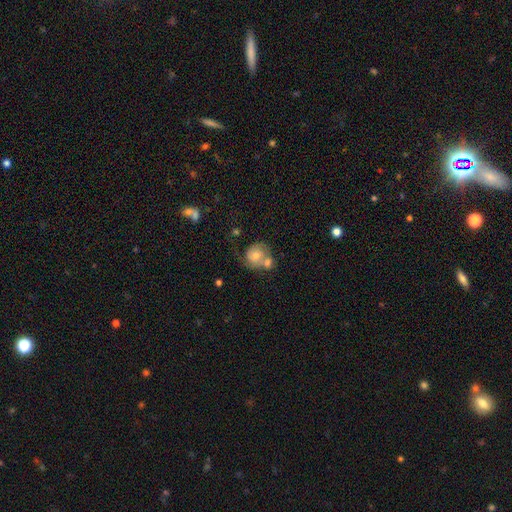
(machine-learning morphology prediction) This is possibly a smooth galaxy (54%). How rounded: clearly round (82%). Merging: marginally merger (42%).